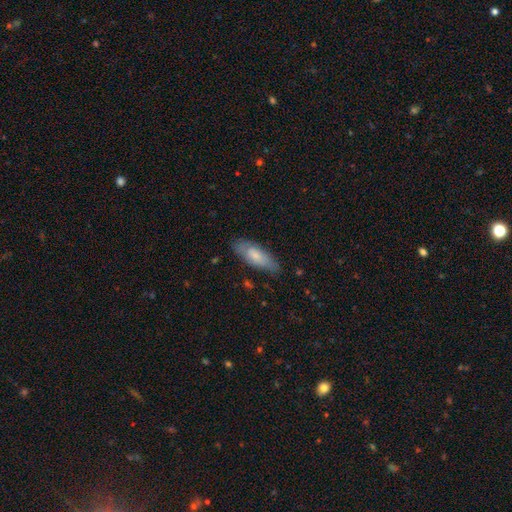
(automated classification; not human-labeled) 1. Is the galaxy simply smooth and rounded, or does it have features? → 72% smooth, 22% featured or disk, 6% star or artifact.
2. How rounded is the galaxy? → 65% in between, 33% cigar-shaped, 2% round.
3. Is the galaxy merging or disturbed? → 75% none, 20% minor disturbance, 4% major disturbance, 1% merger.